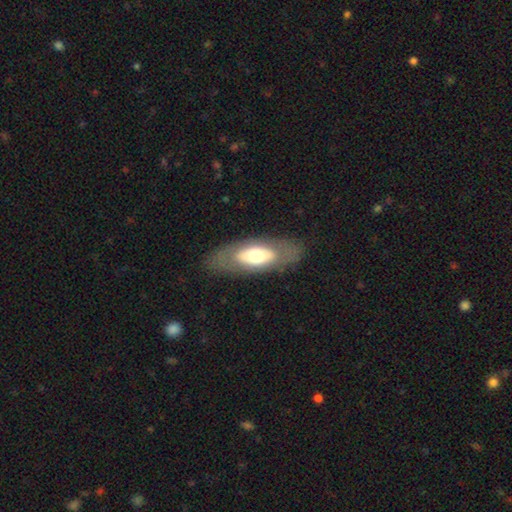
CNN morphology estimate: A smooth galaxy with no disk features (49%). Merging: none (80%).